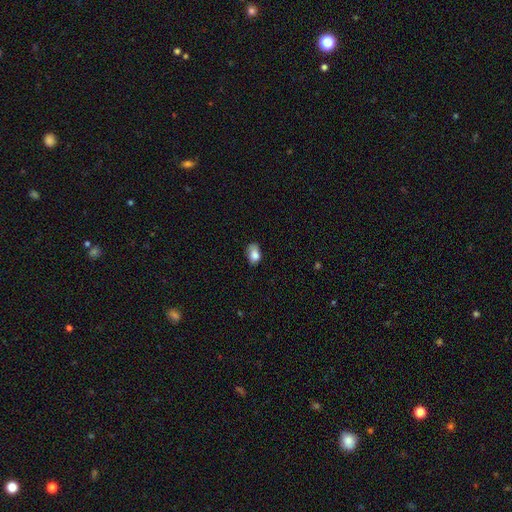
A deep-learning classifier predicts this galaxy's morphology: Overall: smooth (79%). How rounded: in between (83%). Merging: none (48%; minor disturbance 36%).